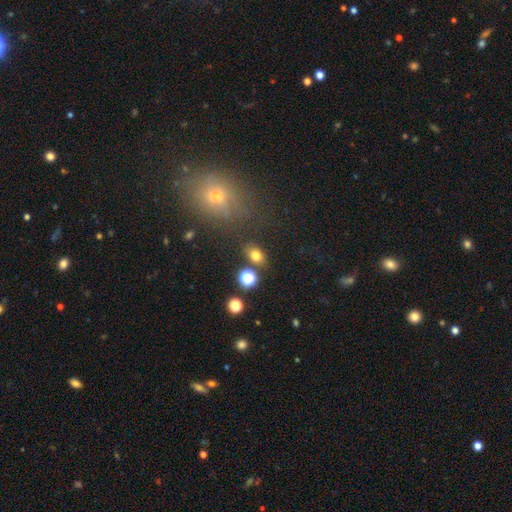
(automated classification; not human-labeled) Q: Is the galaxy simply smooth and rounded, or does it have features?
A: smooth — 76%.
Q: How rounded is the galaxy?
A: in between — 61%.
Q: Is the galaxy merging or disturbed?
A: none — 76%.